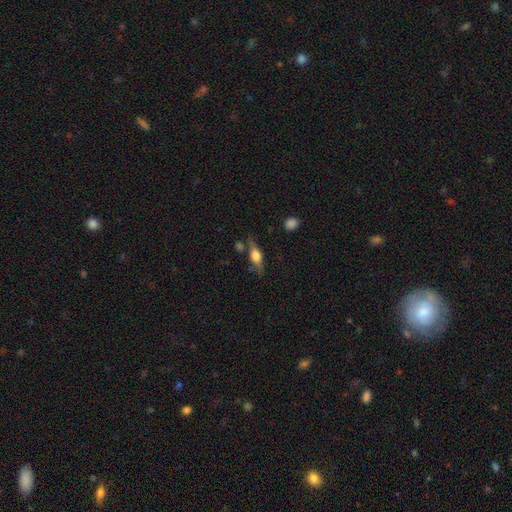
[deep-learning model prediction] This is possibly a featured or disk galaxy (57%). It is clearly viewed edge-on (92%). Edge-on bulge: clearly rounded (89%). Merging: likely none (73%).